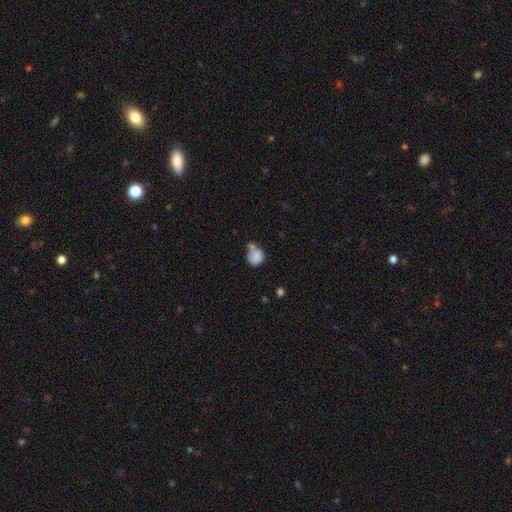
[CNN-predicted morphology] type=smooth (81%); roundness=round (72%); merging=none (37%).